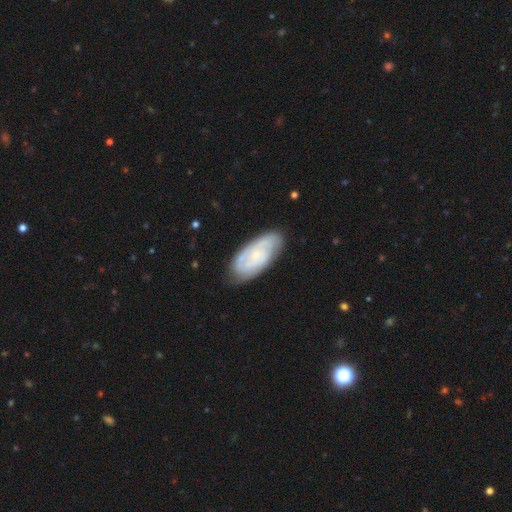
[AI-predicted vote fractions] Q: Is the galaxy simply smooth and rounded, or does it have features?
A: featured or disk — 65%.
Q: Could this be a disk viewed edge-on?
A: no — 93%.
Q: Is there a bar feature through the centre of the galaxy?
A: no — 73%.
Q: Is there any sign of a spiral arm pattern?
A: yes — 86%.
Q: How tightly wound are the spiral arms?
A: tight — 62%.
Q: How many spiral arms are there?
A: can't tell — 46%.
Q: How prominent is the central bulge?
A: small — 78%.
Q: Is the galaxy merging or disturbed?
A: none — 76%.